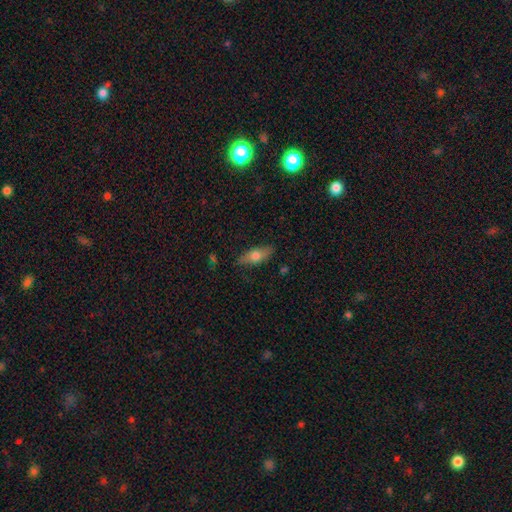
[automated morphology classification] This is likely a smooth galaxy (62%). How rounded: likely in between (68%). Merging: clearly none (81%).